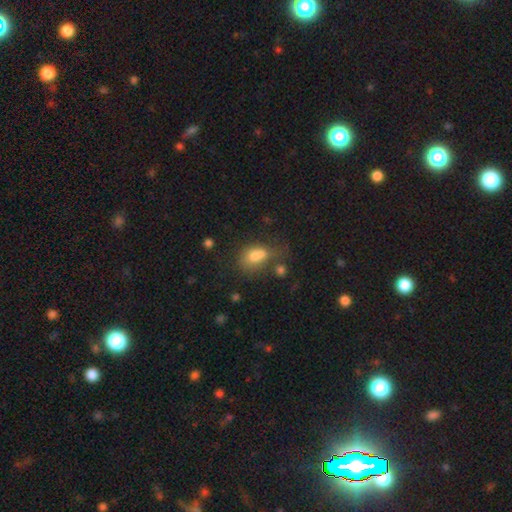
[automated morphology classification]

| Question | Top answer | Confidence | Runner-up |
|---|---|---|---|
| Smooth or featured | smooth | 73% | featured or disk (14%) |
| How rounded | in between | 73% | round (24%) |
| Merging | merger | 35% | none (34%) |